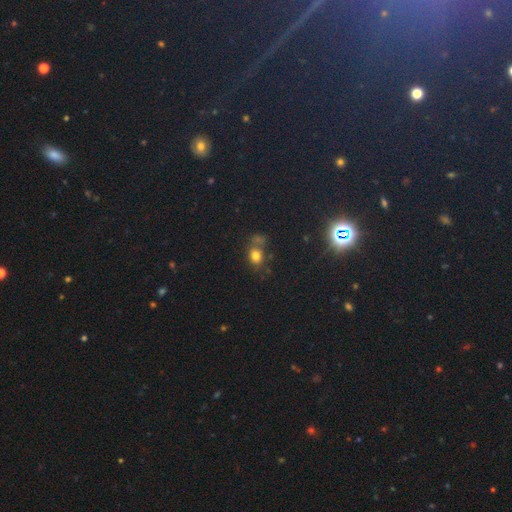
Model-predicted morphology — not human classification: smooth 71%, star or artifact 19%, featured or disk 9%. Down the decision tree: how rounded — round (60%); merging — none (51%).